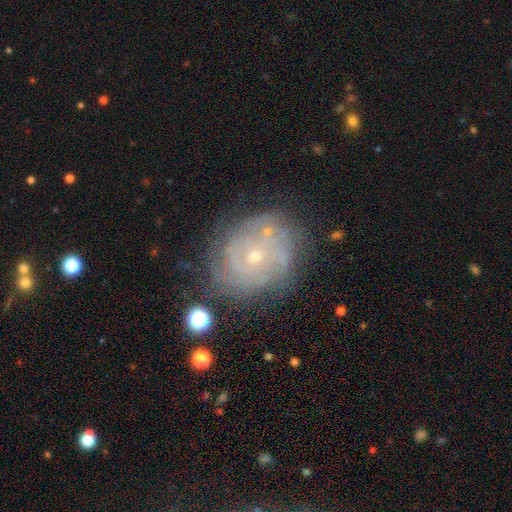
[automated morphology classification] The model was most divided on "spiral arm count": can't tell: 46%, 2: 17%, 3: 14%, 4: 11%, more than 4: 7%, 1: 5%. More confident: edge-on disk — no (97%); spiral arms — yes (89%); smooth or featured — featured or disk (77%); bar — no (77%); merging — none (73%); spiral winding — tight (72%); bulge size — small (66%).